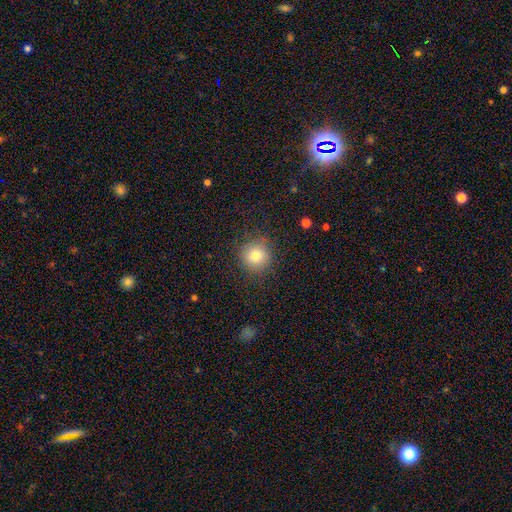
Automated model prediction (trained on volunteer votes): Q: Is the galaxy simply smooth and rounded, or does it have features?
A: smooth — 78%.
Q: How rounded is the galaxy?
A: round — 92%.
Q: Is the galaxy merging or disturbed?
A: none — 85%.